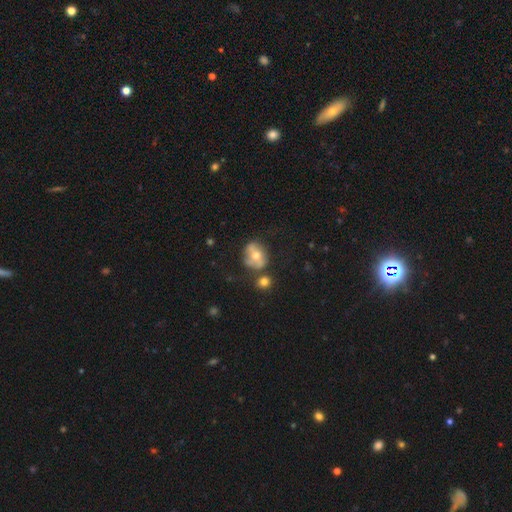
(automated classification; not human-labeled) This is possibly a featured or disk galaxy (46%). Merging: possibly none (54%).